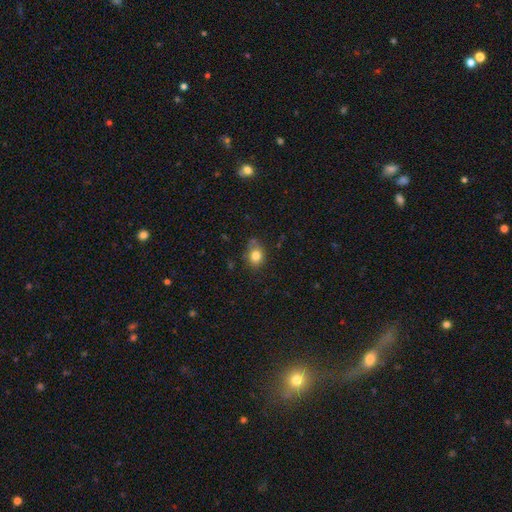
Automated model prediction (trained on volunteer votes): The model was most divided on "how rounded": round: 51%, in between: 48%, cigar-shaped: 1%. More confident: smooth or featured — smooth (81%); merging — none (66%).